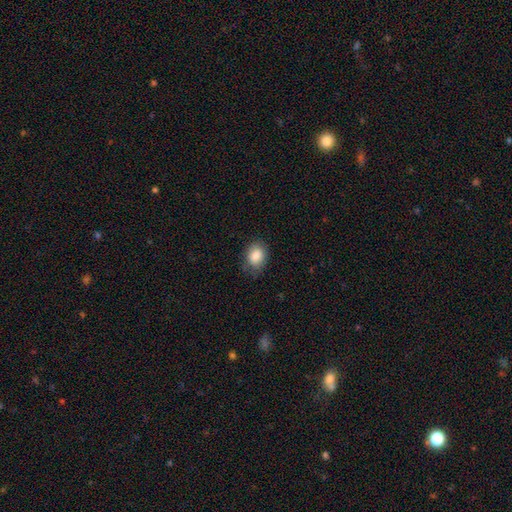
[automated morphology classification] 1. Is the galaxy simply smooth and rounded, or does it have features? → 86% smooth, 8% star or artifact, 6% featured or disk.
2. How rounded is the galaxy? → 65% in between, 35% round, 1% cigar-shaped.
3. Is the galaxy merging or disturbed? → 73% none, 21% minor disturbance, 5% major disturbance, 1% merger.